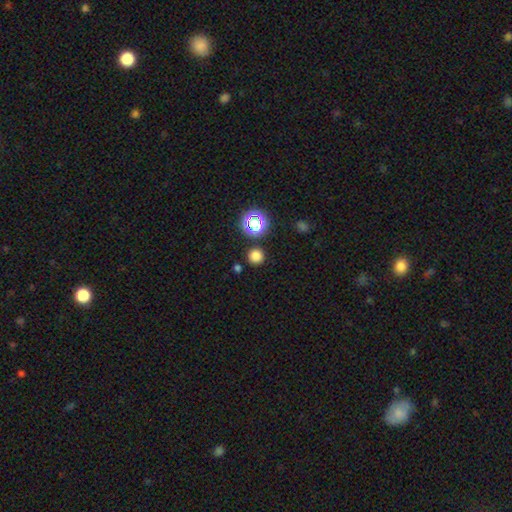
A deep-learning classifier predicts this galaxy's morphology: The model was most divided on "smooth or featured": smooth: 75%, star or artifact: 20%, featured or disk: 5%. More confident: how rounded — round (95%); merging — none (87%).